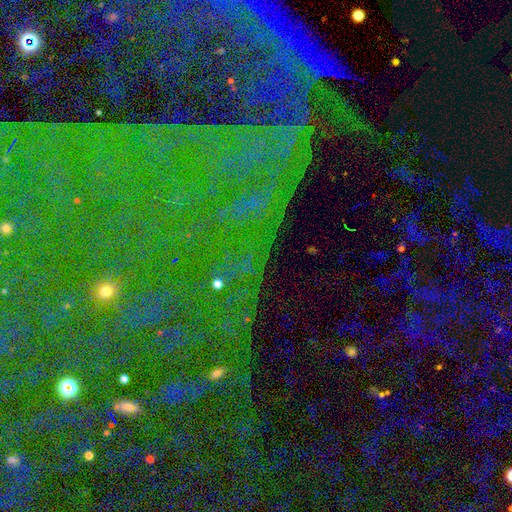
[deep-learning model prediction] Q: Smooth or featured?
A: star or artifact (81%); runner-up: featured or disk (10%)